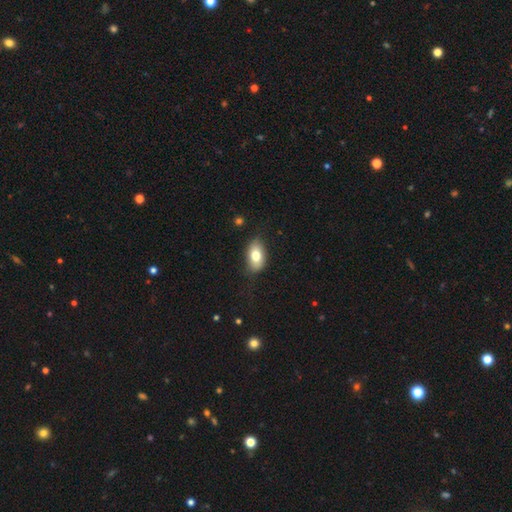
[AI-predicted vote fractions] smooth 76%, featured or disk 17%, star or artifact 7%. Down the decision tree: how rounded — in between (90%); merging — none (79%).